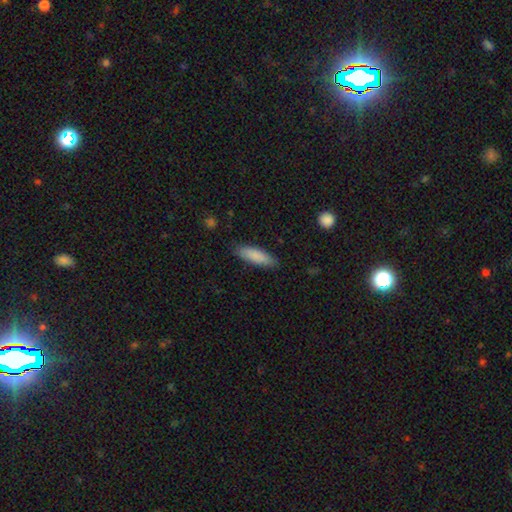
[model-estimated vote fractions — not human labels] smooth_or_featured: smooth (p=0.86) [alt: featured or disk p=0.08]
how_rounded: cigar-shaped (p=0.52) [alt: in between p=0.46]
merging: none (p=0.85) [alt: minor disturbance p=0.11]